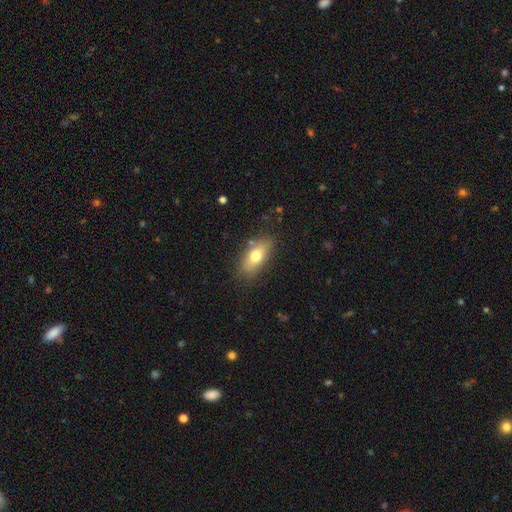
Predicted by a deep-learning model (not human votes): A smooth galaxy with no disk features (71%) that is in between round and cigar-shaped (81%).

Vote fractions:
- Smooth or featured? smooth: 71% / featured or disk: 21% / star or artifact: 8%
- How rounded? in between: 81% / cigar-shaped: 13% / round: 6%
- Merging? none: 80% / minor disturbance: 14% / major disturbance: 4% / merger: 2%